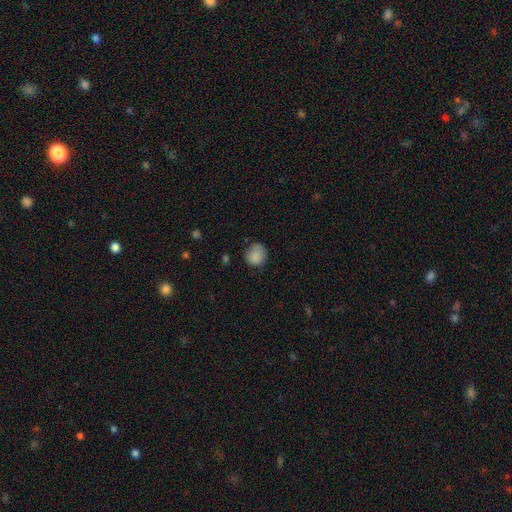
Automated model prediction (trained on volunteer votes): smooth_or_featured: smooth (p=0.86) [alt: star or artifact p=0.09]
how_rounded: round (p=0.82) [alt: in between p=0.17]
merging: none (p=0.71) [alt: minor disturbance p=0.22]